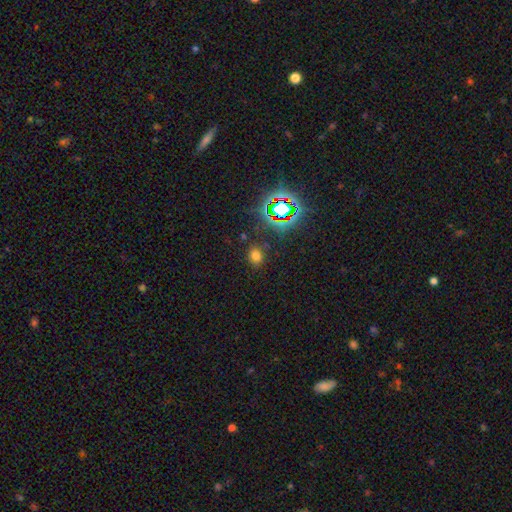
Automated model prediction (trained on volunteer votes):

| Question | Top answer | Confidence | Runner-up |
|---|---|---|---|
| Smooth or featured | smooth | 65% | star or artifact (28%) |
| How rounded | round | 54% | in between (45%) |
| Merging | none | 84% | minor disturbance (10%) |